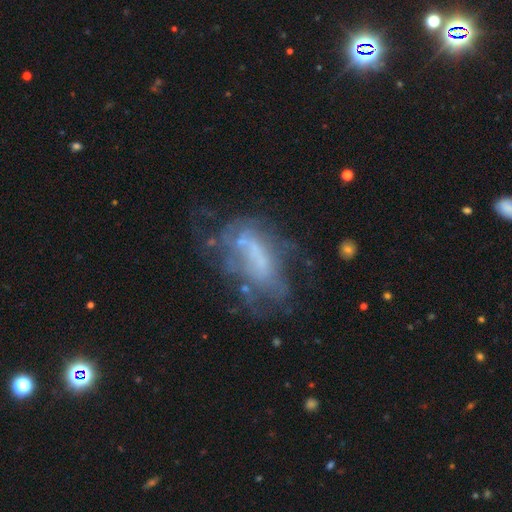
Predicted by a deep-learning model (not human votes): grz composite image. It shows a featured or disk galaxy (62%) with no bar (59%), no spiral arms (67%) and no central bulge (50%). Merging: none (38%).